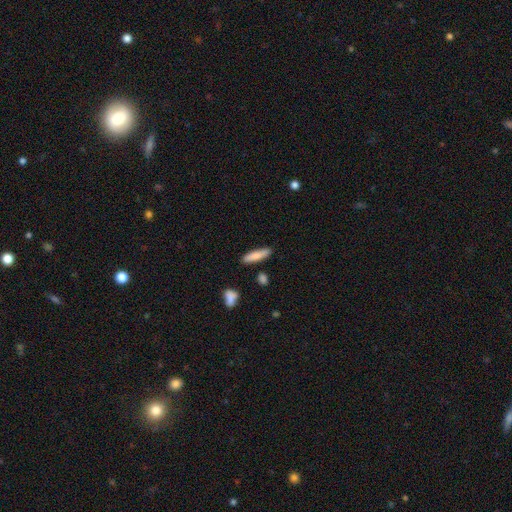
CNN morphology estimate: smooth 82%, featured or disk 12%, star or artifact 6%. Down the decision tree: how rounded — cigar-shaped (75%); merging — none (83%).